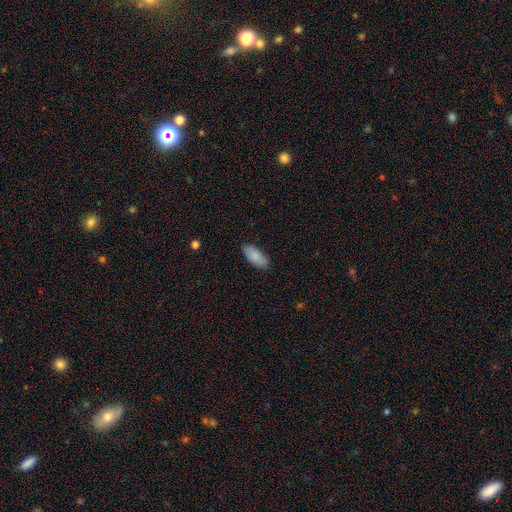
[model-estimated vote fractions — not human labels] Smooth or featured?
  - smooth: 88% *
  - featured or disk: 6%
  - star or artifact: 6%
How rounded?
  - in between: 86% *
  - cigar-shaped: 12%
  - round: 2%
Merging?
  - none: 86% *
  - minor disturbance: 11%
  - major disturbance: 2%
  - merger: 1%